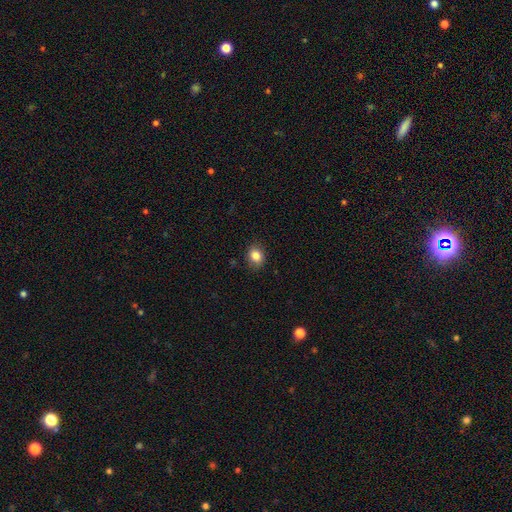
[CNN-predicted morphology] type=smooth (84%); roundness=round (55%); merging=none (85%).